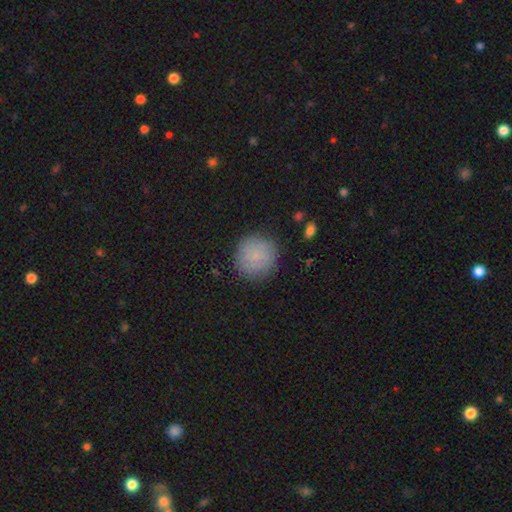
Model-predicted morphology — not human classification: type=smooth (82%); roundness=round (94%); merging=none (86%).